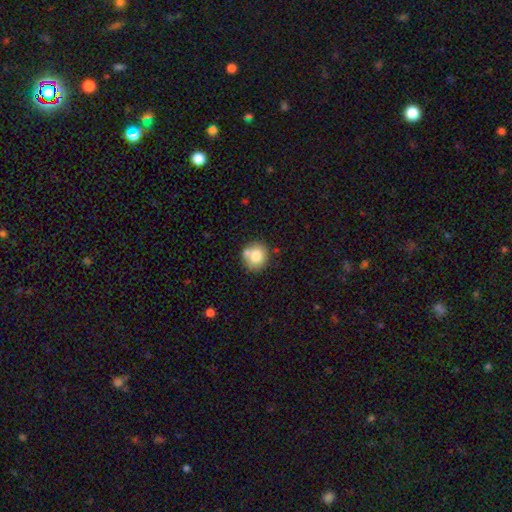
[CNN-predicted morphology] Q: Smooth or featured?
A: smooth (77%); runner-up: featured or disk (13%)
Q: How rounded?
A: round (82%); runner-up: in between (17%)
Q: Merging?
A: none (66%); runner-up: merger (18%)